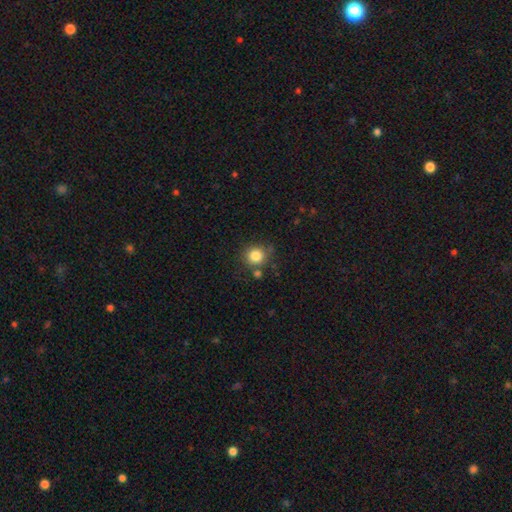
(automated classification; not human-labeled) Overall: smooth (84%). How rounded: round (88%). Merging: none (73%).